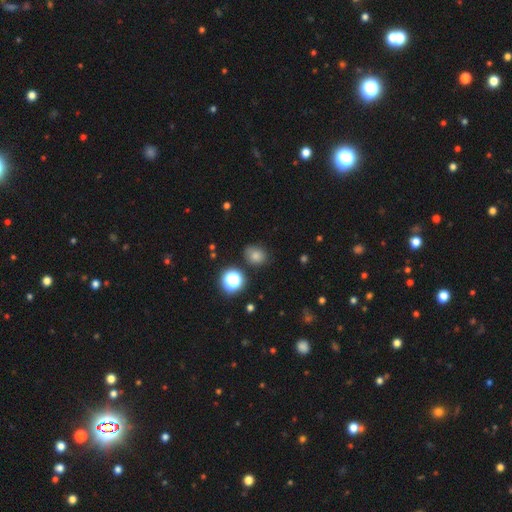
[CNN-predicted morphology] smooth_or_featured: smooth (p=0.62) [alt: star or artifact p=0.30]
how_rounded: round (p=0.64) [alt: in between p=0.34]
merging: none (p=0.83) [alt: minor disturbance p=0.11]